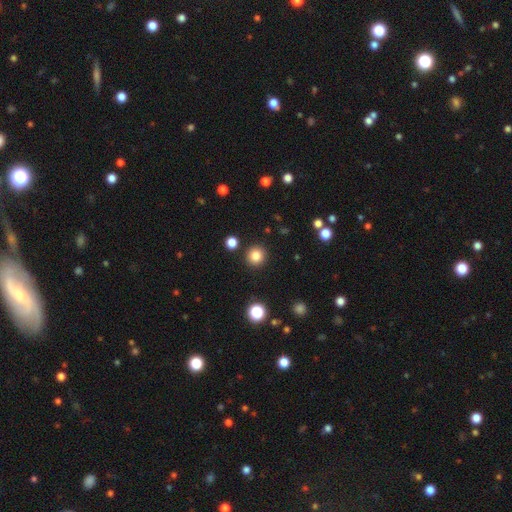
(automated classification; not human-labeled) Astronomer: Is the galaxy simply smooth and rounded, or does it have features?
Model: smooth — 84%.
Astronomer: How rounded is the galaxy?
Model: round — 94%.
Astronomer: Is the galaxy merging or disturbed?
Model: none — 91%.